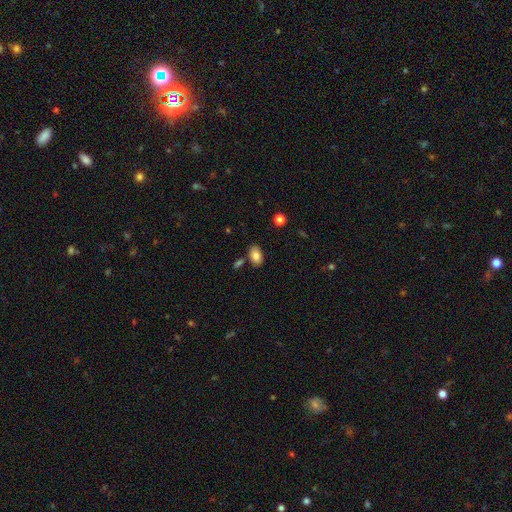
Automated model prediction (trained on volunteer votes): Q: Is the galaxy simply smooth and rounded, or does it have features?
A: smooth — 84%.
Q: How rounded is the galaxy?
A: in between — 91%.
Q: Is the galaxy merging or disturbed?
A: none — 78%.